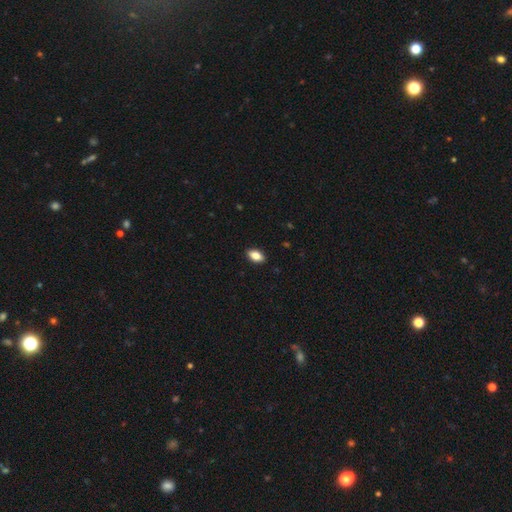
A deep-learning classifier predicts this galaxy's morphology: smooth-or-featured: smooth: 84% | featured or disk: 8% | star or artifact: 8%
  how-rounded: in between: 90% | round: 6% | cigar-shaped: 4%
  merging: none: 90% | minor disturbance: 8% | major disturbance: 2% | merger: 1%